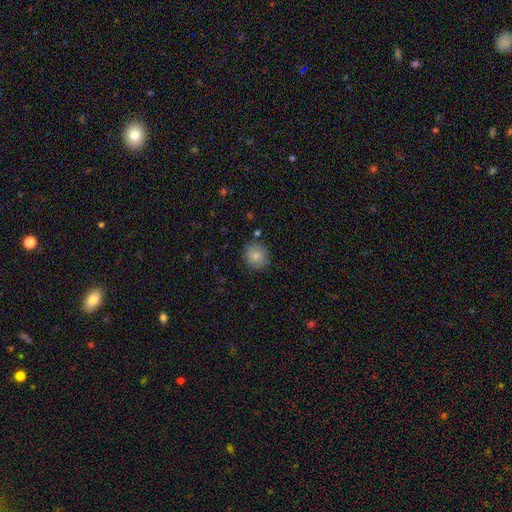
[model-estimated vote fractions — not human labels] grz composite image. It shows a smooth galaxy with no disk features (82%) that is round (81%). Merging: none (86%).